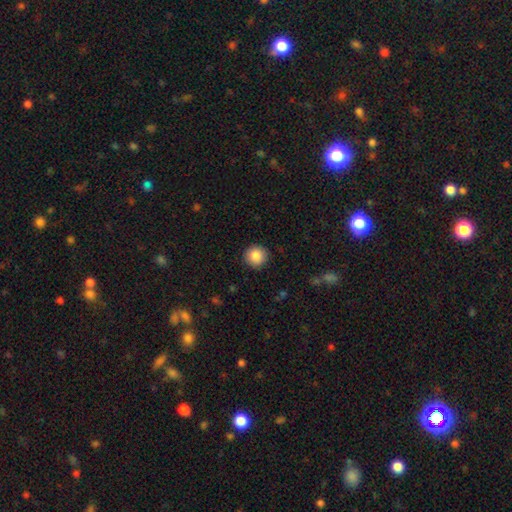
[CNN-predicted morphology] A smooth galaxy with no disk features (86%) that is round (94%).

Vote fractions:
- Smooth or featured? smooth: 86% / star or artifact: 9% / featured or disk: 6%
- How rounded? round: 94% / in between: 5% / cigar-shaped: 1%
- Merging? none: 91% / minor disturbance: 6% / major disturbance: 2% / merger: 1%